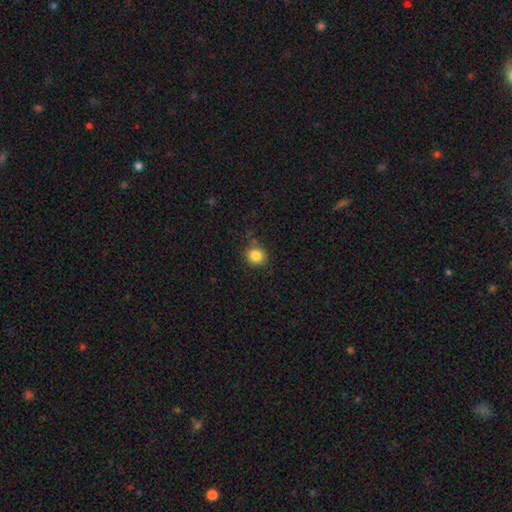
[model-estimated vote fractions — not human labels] This is clearly a smooth galaxy (84%). How rounded: clearly round (81%). Merging: clearly none (84%).